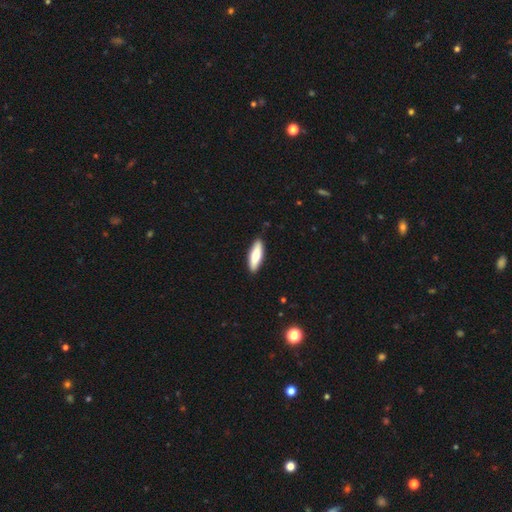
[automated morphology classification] type=smooth (74%); roundness=cigar-shaped (57%); merging=none (89%).